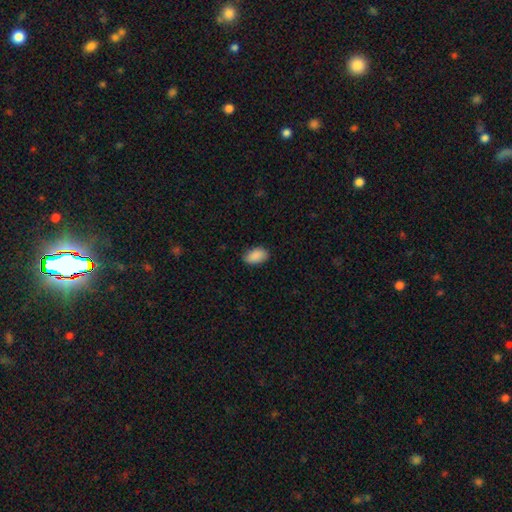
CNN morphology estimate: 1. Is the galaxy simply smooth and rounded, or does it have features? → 90% smooth, 7% star or artifact, 3% featured or disk.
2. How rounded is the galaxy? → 93% in between, 5% round, 2% cigar-shaped.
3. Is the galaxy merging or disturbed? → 83% none, 13% minor disturbance, 2% major disturbance, 1% merger.